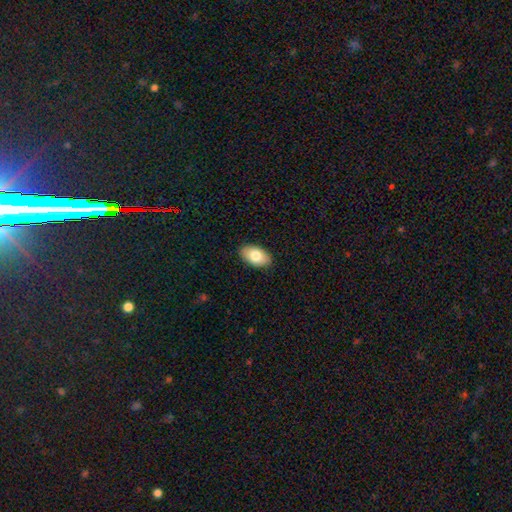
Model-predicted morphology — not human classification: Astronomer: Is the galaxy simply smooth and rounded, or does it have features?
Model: smooth — 80%.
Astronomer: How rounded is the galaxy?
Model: in between — 94%.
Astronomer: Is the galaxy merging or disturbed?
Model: none — 89%.